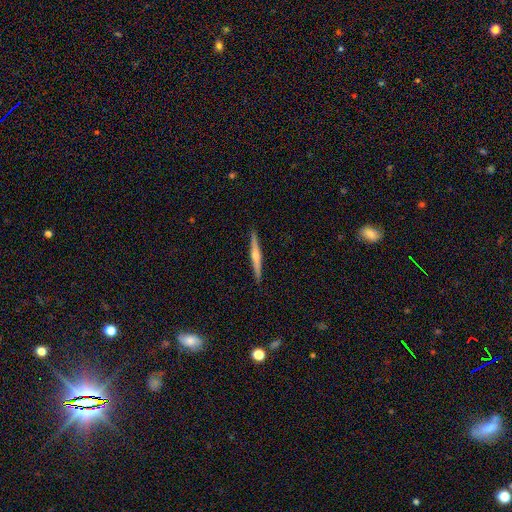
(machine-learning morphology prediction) Smooth or featured? Predicted: featured or disk (p=0.68). Edge-on disk? Predicted: yes (p=0.98). Edge-on bulge? Predicted: rounded (p=0.85). Merging? Predicted: none (p=0.91).